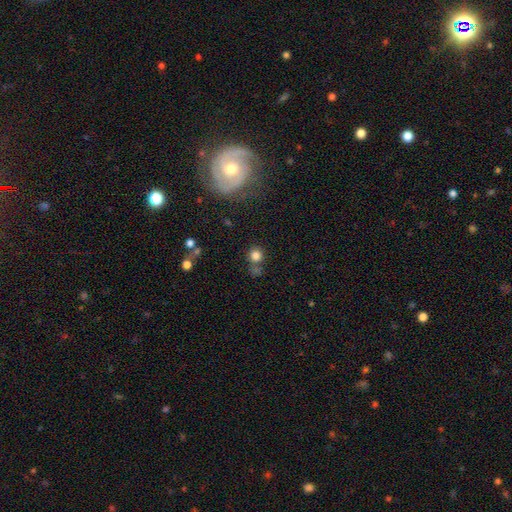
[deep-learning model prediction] Smooth or featured?
  - smooth: 79% *
  - star or artifact: 14%
  - featured or disk: 7%
How rounded?
  - round: 90% *
  - in between: 9%
  - cigar-shaped: 1%
Merging?
  - none: 65% *
  - merger: 18%
  - minor disturbance: 11%
  - major disturbance: 6%